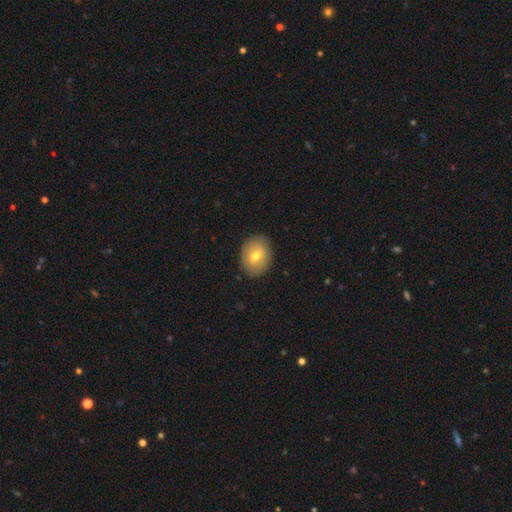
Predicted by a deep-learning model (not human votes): Smooth or featured?
  - smooth: 70% *
  - featured or disk: 22%
  - star or artifact: 8%
How rounded?
  - in between: 58% *
  - round: 41%
  - cigar-shaped: 1%
Merging?
  - none: 86% *
  - minor disturbance: 10%
  - major disturbance: 2%
  - merger: 1%